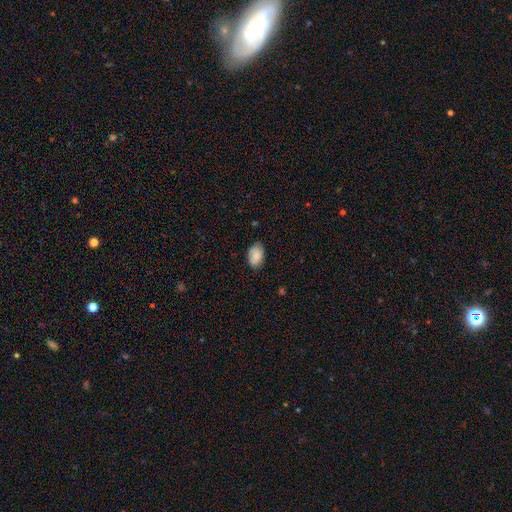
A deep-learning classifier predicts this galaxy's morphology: smooth 85%, featured or disk 8%, star or artifact 7%. Down the decision tree: how rounded — in between (90%); merging — none (77%).